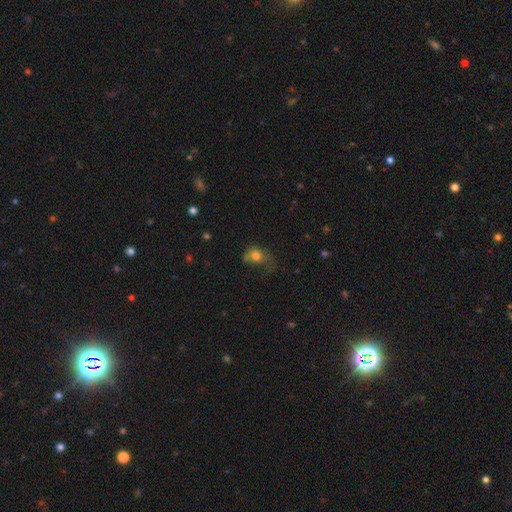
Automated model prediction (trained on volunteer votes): smooth_or_featured: smooth (p=0.69) [alt: featured or disk p=0.19]
how_rounded: in between (p=0.63) [alt: round p=0.36]
merging: major disturbance (p=0.48) [alt: minor disturbance p=0.25]